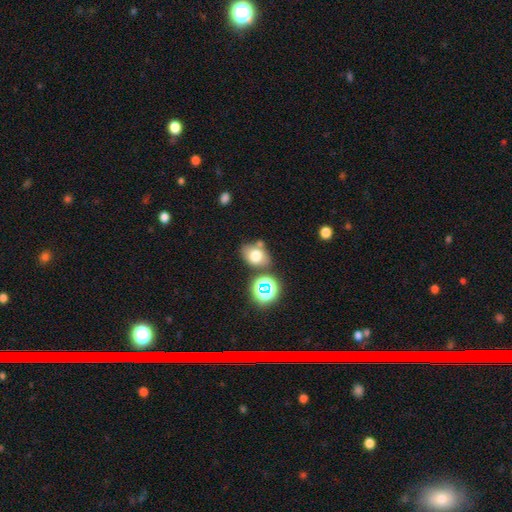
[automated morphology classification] smooth_or_featured: smooth (p=0.68) [alt: star or artifact p=0.16]
how_rounded: in between (p=0.71) [alt: round p=0.28]
merging: none (p=0.67) [alt: minor disturbance p=0.15]